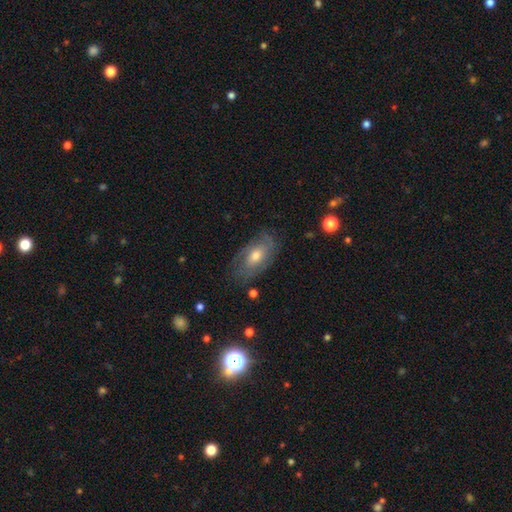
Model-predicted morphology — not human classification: Overall: featured or disk (55%; smooth 36%). Edge-on disk: no (89%). Merging: none (72%).